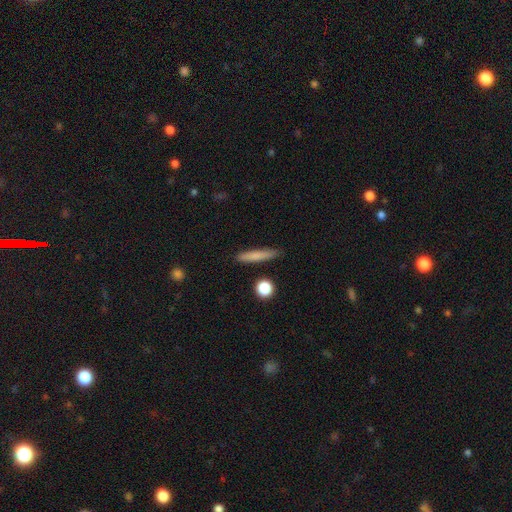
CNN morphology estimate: Q: Smooth or featured?
A: smooth (77%); runner-up: featured or disk (16%)
Q: How rounded?
A: cigar-shaped (91%); runner-up: in between (6%)
Q: Merging?
A: none (87%); runner-up: minor disturbance (9%)